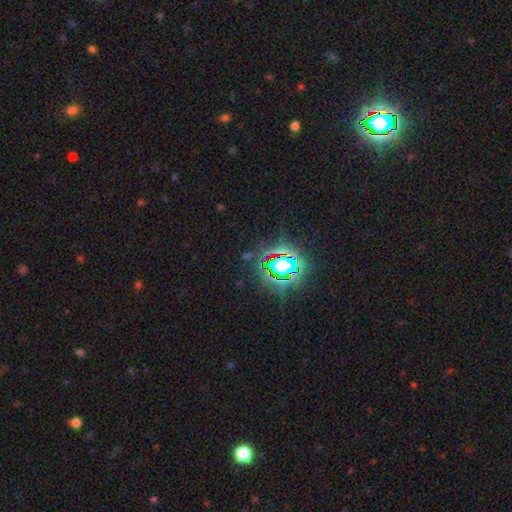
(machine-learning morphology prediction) Overall: star or artifact (82%).